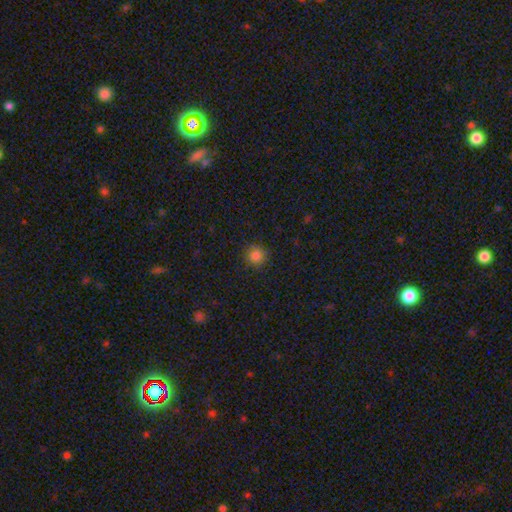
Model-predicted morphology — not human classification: smooth-or-featured: smooth: 83% | star or artifact: 13% | featured or disk: 4%
  how-rounded: round: 93% | in between: 6% | cigar-shaped: 1%
  merging: none: 89% | minor disturbance: 7% | major disturbance: 2% | merger: 1%